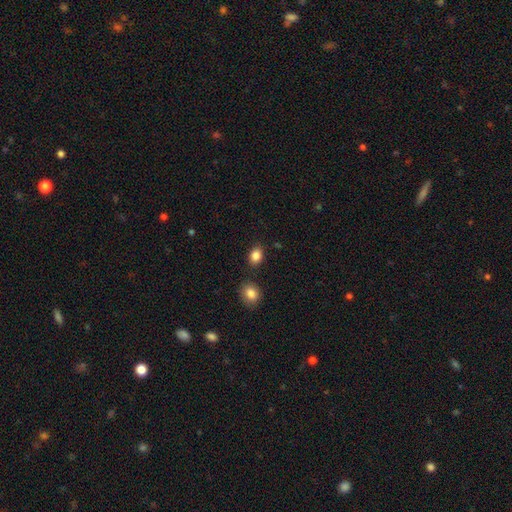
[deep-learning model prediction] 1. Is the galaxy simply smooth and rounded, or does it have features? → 86% smooth, 9% star or artifact, 5% featured or disk.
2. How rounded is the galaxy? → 64% in between, 35% round, 1% cigar-shaped.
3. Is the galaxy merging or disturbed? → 83% none, 9% minor disturbance, 5% merger, 2% major disturbance.